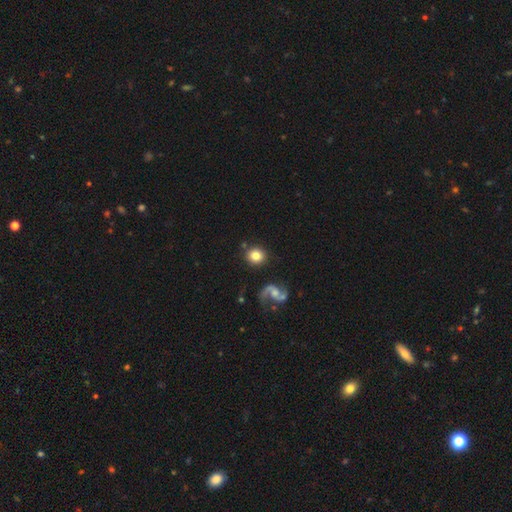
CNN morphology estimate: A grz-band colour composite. It shows a smooth galaxy with no disk features (75%) that is round (89%). Merging: none (83%).